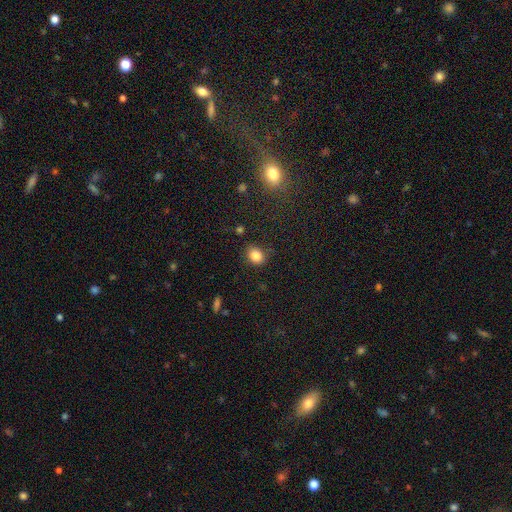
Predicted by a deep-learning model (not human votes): This appears to be a smooth galaxy with no disk features (83%) that is round (51%). Merging: none (80%).